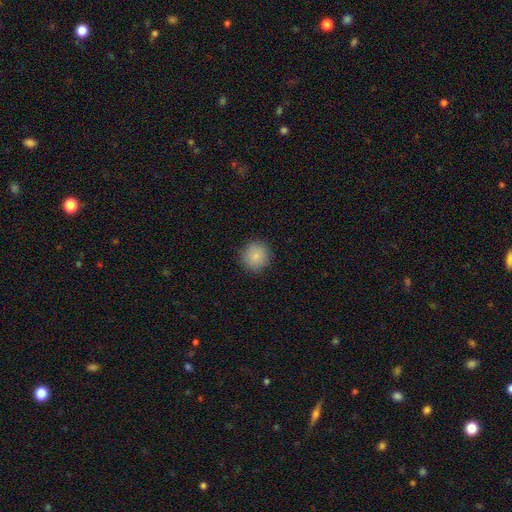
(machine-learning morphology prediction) A smooth galaxy with no disk features (86%) that is round (93%).

Vote fractions:
- Smooth or featured? smooth: 86% / star or artifact: 9% / featured or disk: 5%
- How rounded? round: 93% / in between: 6% / cigar-shaped: 1%
- Merging? none: 89% / minor disturbance: 8% / major disturbance: 2% / merger: 1%